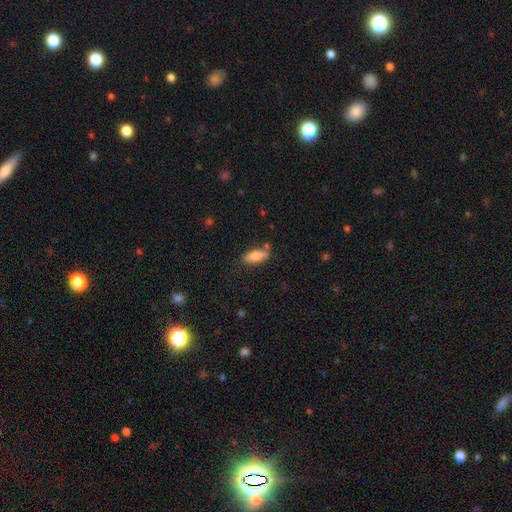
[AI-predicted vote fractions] The model was most divided on "how rounded": in between: 76%, cigar-shaped: 22%, round: 3%. More confident: smooth or featured — smooth (74%); merging — none (73%).